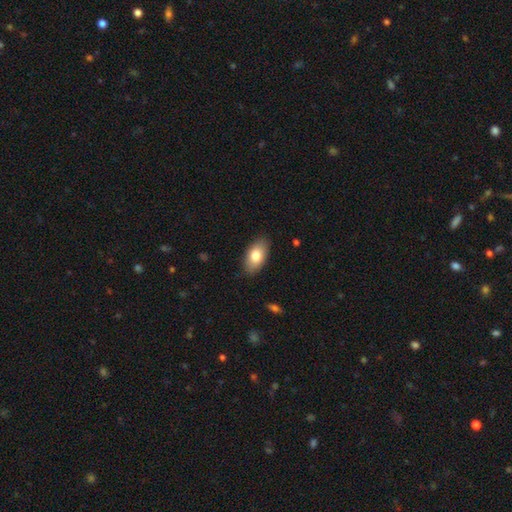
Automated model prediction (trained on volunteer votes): Overall: smooth (79%). How rounded: in between (93%). Merging: none (86%).